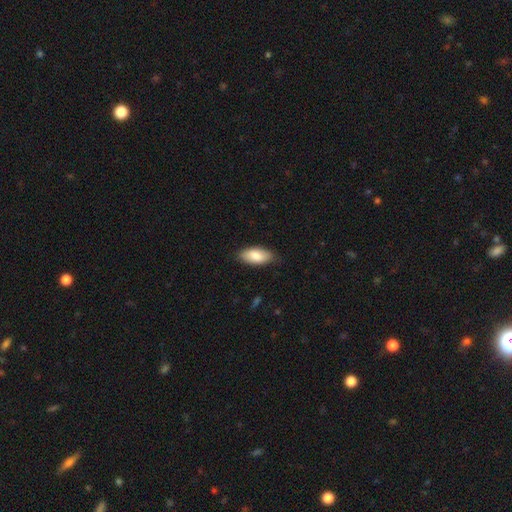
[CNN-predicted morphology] smooth 85%, featured or disk 10%, star or artifact 6%. Down the decision tree: how rounded — in between (90%); merging — none (81%).